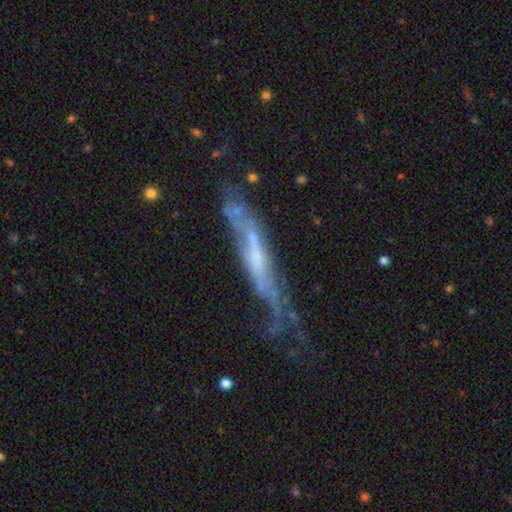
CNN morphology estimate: Smooth or featured: featured or disk — 71% (smooth — 20%)
Edge-on disk: yes — 61% (no — 39%)
Merging: none — 42% (minor disturbance — 26%)